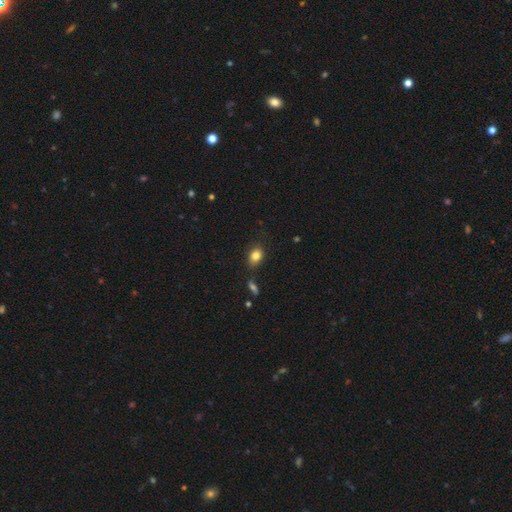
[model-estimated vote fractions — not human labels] smooth_or_featured: smooth (p=0.82) [alt: star or artifact p=0.10]
how_rounded: in between (p=0.71) [alt: round p=0.27]
merging: none (p=0.74) [alt: minor disturbance p=0.17]